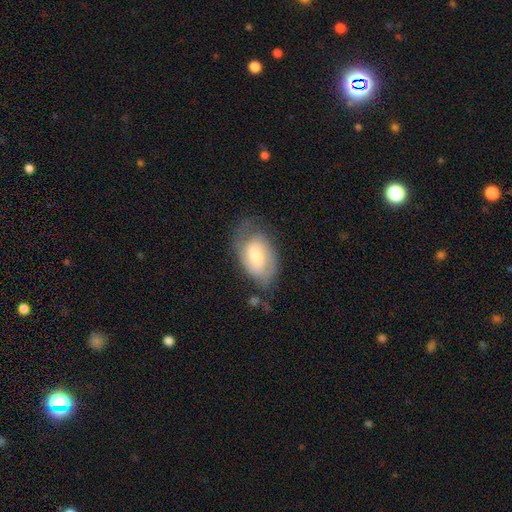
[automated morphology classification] Overall: featured or disk (55%; smooth 38%). Edge-on disk: no (95%). Bar: weak (46%; no 42%). Spiral arms: yes (83%). Bulge size: moderate (46%; small 37%). Merging: none (57%; minor disturbance 27%).